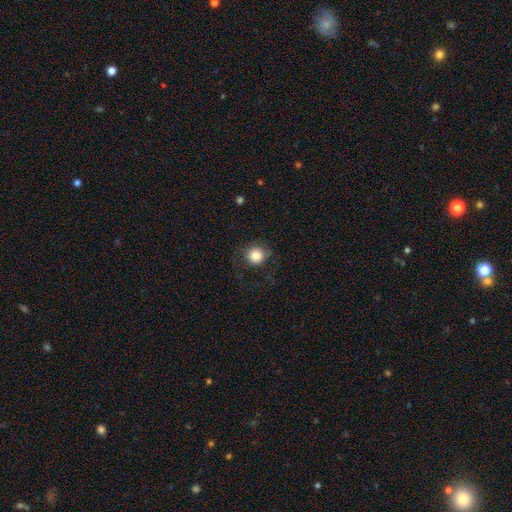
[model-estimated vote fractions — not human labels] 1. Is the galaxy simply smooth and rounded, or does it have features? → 83% smooth, 10% star or artifact, 8% featured or disk.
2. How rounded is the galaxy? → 89% round, 10% in between, 1% cigar-shaped.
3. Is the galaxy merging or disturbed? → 75% none, 15% minor disturbance, 9% major disturbance, 1% merger.